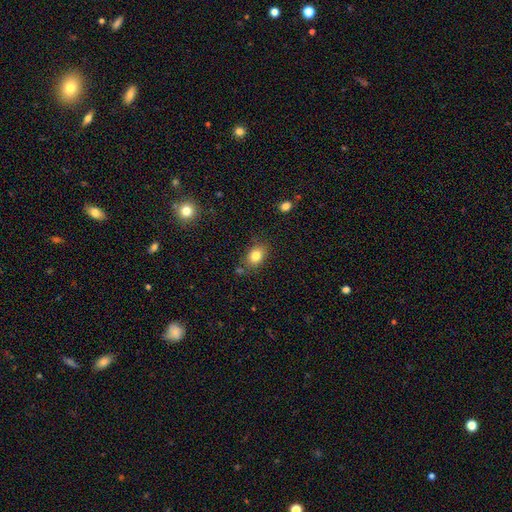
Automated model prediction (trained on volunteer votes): Smooth or featured?
  - smooth: 81% *
  - star or artifact: 10%
  - featured or disk: 8%
How rounded?
  - in between: 68% *
  - round: 30%
  - cigar-shaped: 1%
Merging?
  - none: 76% *
  - minor disturbance: 15%
  - merger: 5%
  - major disturbance: 4%